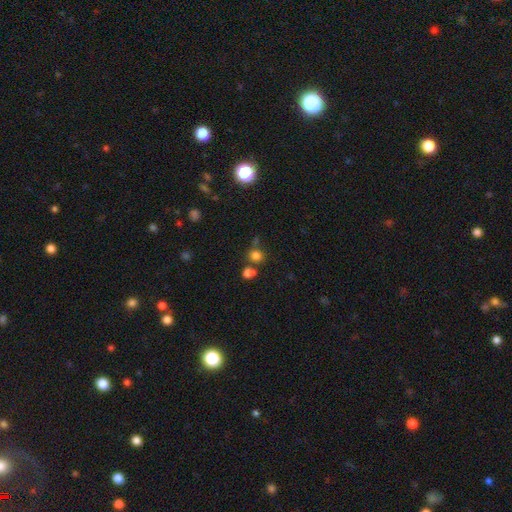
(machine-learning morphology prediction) Q: Smooth or featured?
A: smooth (74%); runner-up: star or artifact (18%)
Q: How rounded?
A: round (83%); runner-up: in between (16%)
Q: Merging?
A: none (58%); runner-up: merger (26%)